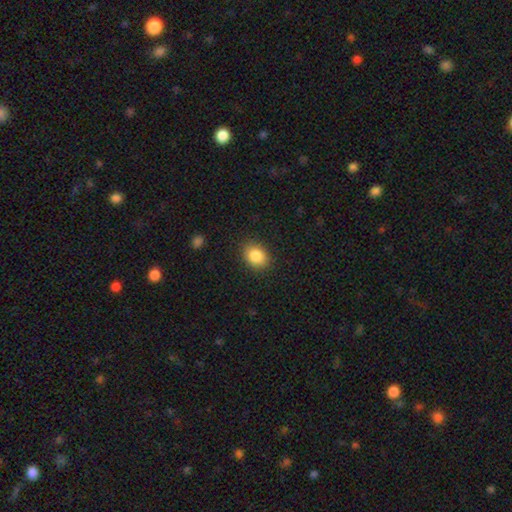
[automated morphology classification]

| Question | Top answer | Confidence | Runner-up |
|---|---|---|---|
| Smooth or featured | smooth | 86% | star or artifact (8%) |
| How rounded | in between | 61% | round (38%) |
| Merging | none | 88% | minor disturbance (9%) |